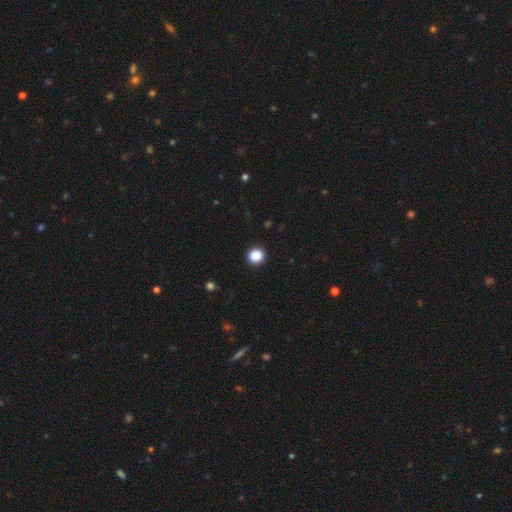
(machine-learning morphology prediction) Smooth or featured? smooth (87%)
How rounded? round (90%)
Merging? none (92%)